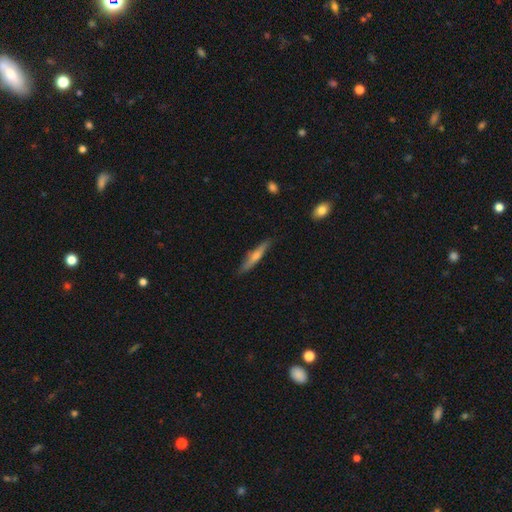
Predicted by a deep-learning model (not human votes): This is possibly a featured or disk galaxy (51%). It is clearly viewed edge-on (94%). Merging: clearly none (86%).